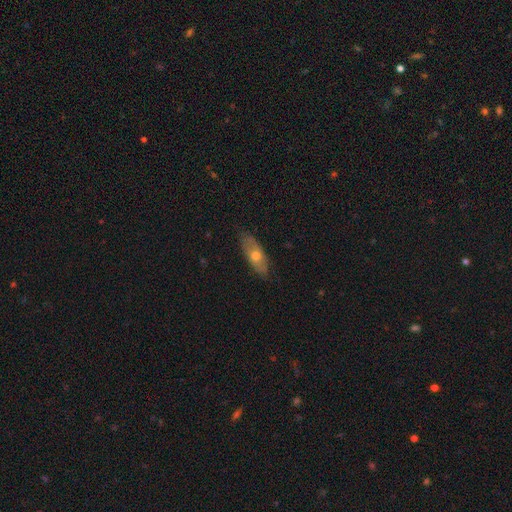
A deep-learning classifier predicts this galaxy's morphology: This is possibly a smooth galaxy (49%). Merging: clearly none (83%).